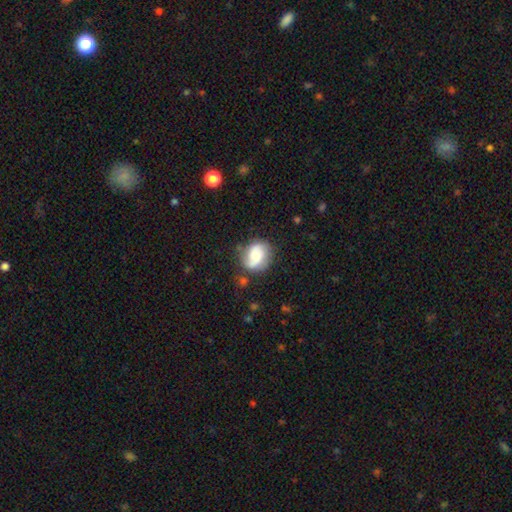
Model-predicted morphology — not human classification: smooth-or-featured: featured or disk: 48% | smooth: 44% | star or artifact: 8%
  merging: none: 64% | minor disturbance: 23% | major disturbance: 9% | merger: 4%